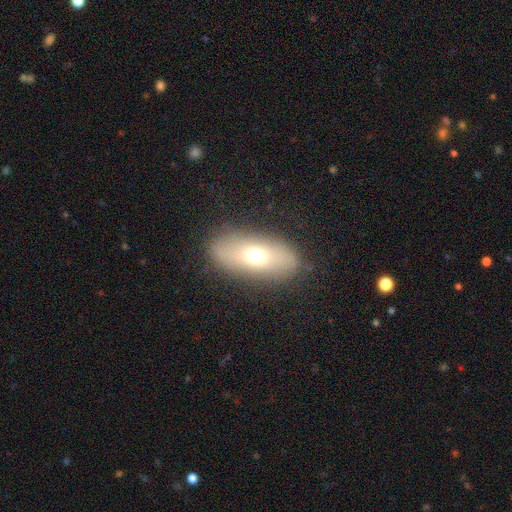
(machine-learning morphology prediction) This appears to be a smooth galaxy with no disk features (61%) that is in between round and cigar-shaped (81%). Merging: none (84%).